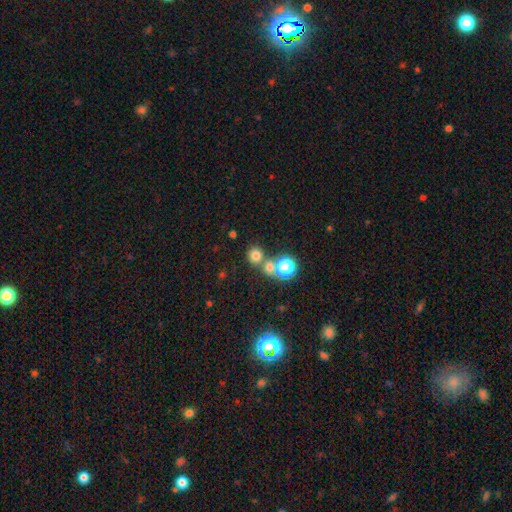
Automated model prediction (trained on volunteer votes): The model was most divided on "merging": none: 67%, merger: 22%, minor disturbance: 7%, major disturbance: 3%. More confident: how rounded — round (89%); smooth or featured — smooth (72%).